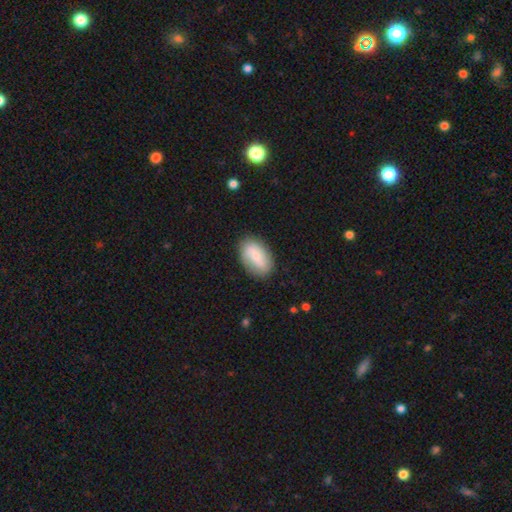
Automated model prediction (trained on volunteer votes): Smooth or featured? Predicted: smooth (p=0.64). How rounded? Predicted: in between (p=0.90). Merging? Predicted: none (p=0.81).